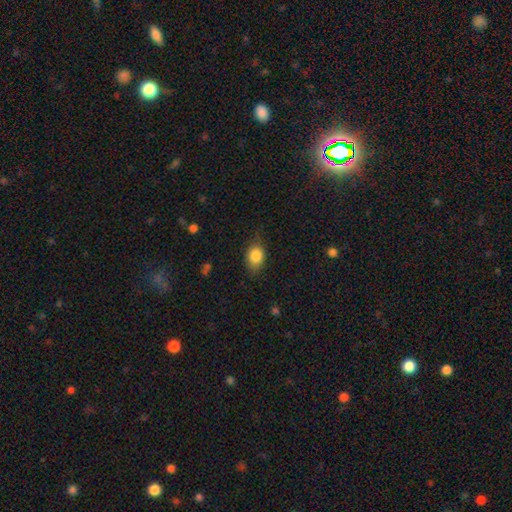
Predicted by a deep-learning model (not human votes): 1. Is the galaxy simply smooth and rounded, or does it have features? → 84% smooth, 8% featured or disk, 8% star or artifact.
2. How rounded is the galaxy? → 70% in between, 28% round, 2% cigar-shaped.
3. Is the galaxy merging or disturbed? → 69% none, 24% minor disturbance, 6% major disturbance, 1% merger.